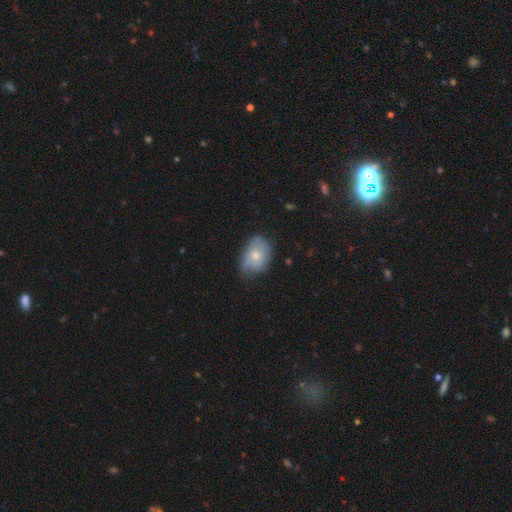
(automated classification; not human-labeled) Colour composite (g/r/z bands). It shows a smooth galaxy with no disk features (59%) that is in between round and cigar-shaped (76%). Merging: none (48%).